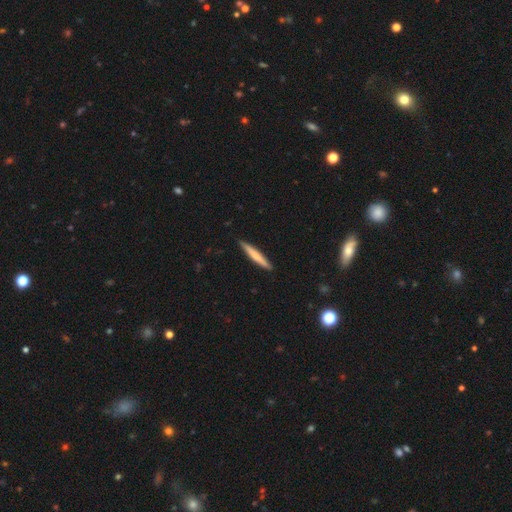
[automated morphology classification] Overall: smooth (64%; featured or disk 31%). How rounded: cigar-shaped (95%). Merging: none (90%).